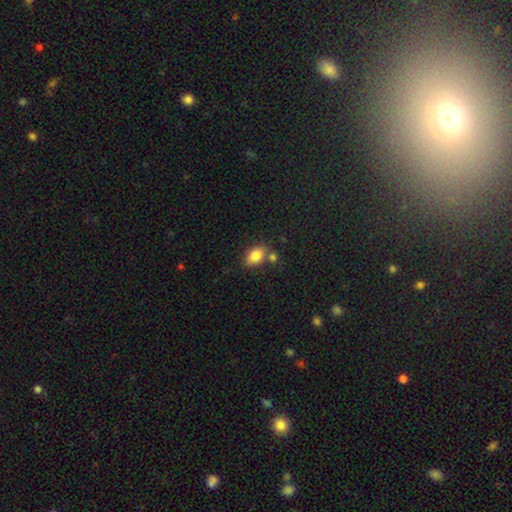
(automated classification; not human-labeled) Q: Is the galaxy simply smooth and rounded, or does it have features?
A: smooth — 84%.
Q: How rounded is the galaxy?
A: in between — 84%.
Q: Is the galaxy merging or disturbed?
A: none — 64%.